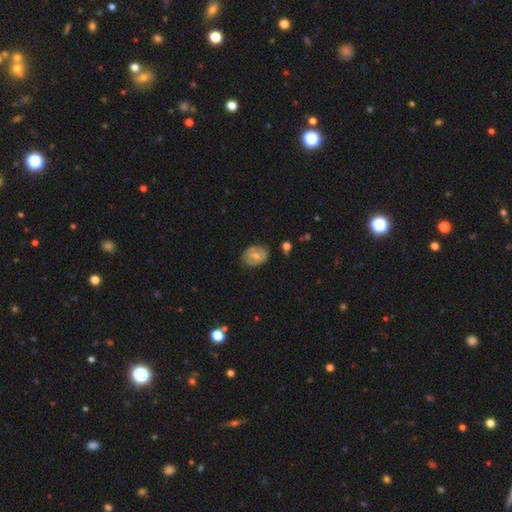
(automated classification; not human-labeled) A smooth galaxy with no disk features (49%). Merging: none (70%).